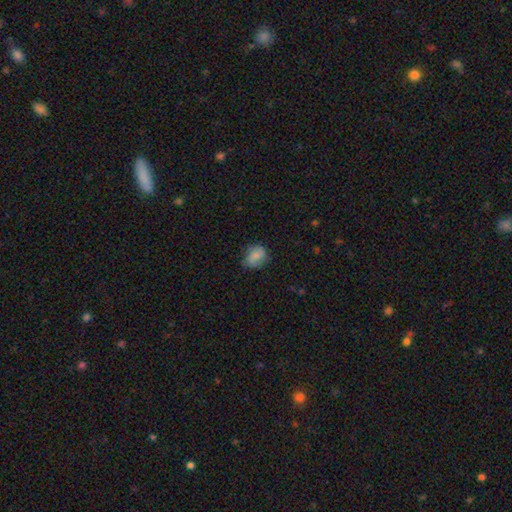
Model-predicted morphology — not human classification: A smooth galaxy with no disk features (72%) that is in between round and cigar-shaped (54%).

Vote fractions:
- Smooth or featured? smooth: 72% / featured or disk: 19% / star or artifact: 8%
- How rounded? in between: 54% / round: 44% / cigar-shaped: 1%
- Merging? none: 67% / minor disturbance: 25% / major disturbance: 7% / merger: 1%